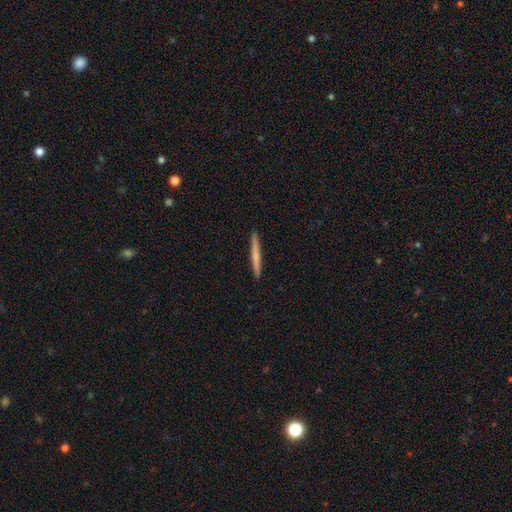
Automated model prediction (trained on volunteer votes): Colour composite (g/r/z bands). It shows a smooth galaxy with no disk features (60%) that is cigar-shaped (97%). Merging: none (93%).